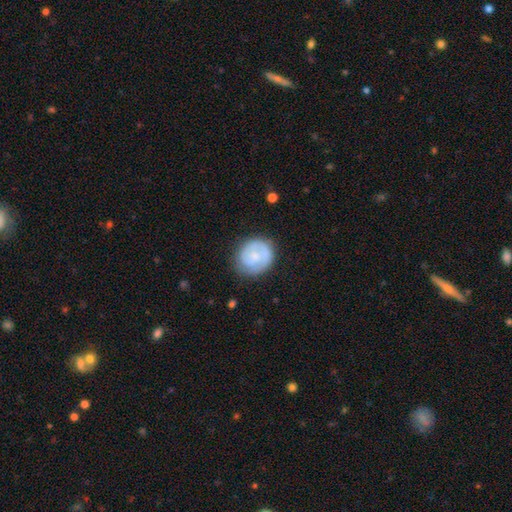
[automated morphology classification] Smooth or featured? featured or disk (59%)
Edge-on disk? no (98%)
Bar? no (68%)
Spiral arms? yes (83%)
Bulge size? small (52%)
Merging? none (75%)